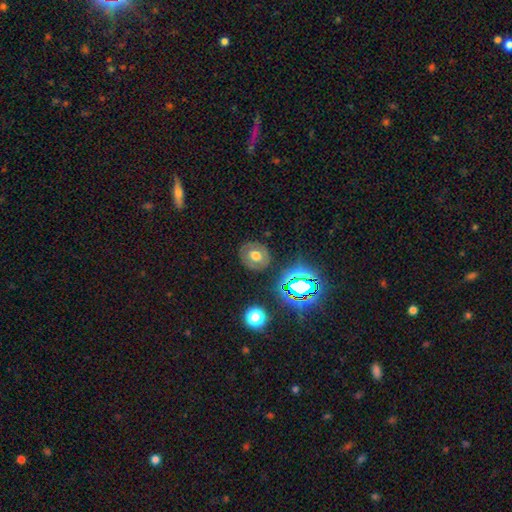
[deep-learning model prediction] Smooth or featured: smooth — 53% (featured or disk — 30%)
How rounded: round — 72% (in between — 27%)
Merging: none — 82% (minor disturbance — 12%)